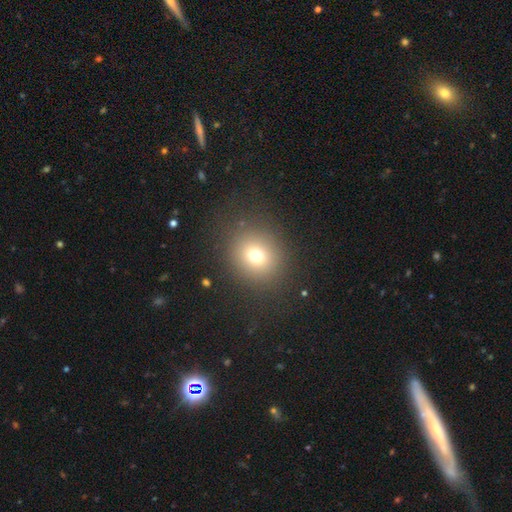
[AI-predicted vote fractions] smooth-or-featured: smooth: 72% | star or artifact: 18% | featured or disk: 11%
  how-rounded: round: 80% | in between: 19% | cigar-shaped: 1%
  merging: none: 85% | minor disturbance: 8% | major disturbance: 6% | merger: 1%